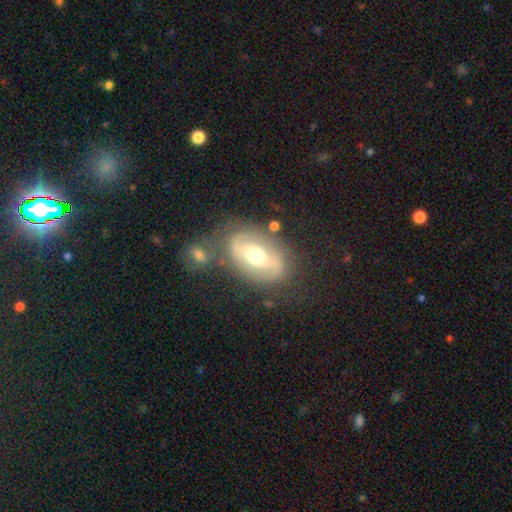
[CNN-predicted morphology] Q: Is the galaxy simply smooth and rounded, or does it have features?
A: featured or disk — 64%.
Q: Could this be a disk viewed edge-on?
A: no — 92%.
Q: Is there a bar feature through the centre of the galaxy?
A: no — 35%.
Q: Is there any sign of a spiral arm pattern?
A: yes — 56%.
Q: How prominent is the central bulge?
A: moderate — 73%.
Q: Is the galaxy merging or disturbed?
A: none — 62%.